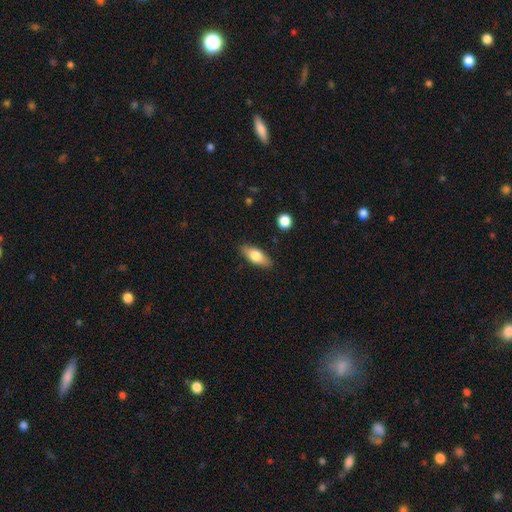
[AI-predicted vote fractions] Smooth or featured? Predicted: smooth (p=0.72). How rounded? Predicted: in between (p=0.78). Merging? Predicted: none (p=0.86).